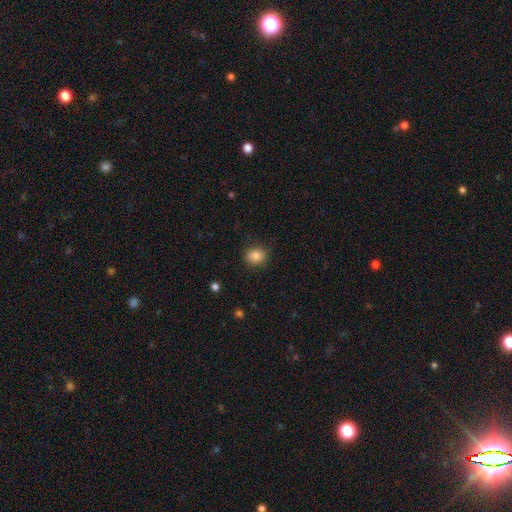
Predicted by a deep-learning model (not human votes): smooth 84%, star or artifact 10%, featured or disk 6%. Down the decision tree: how rounded — round (68%); merging — none (86%).